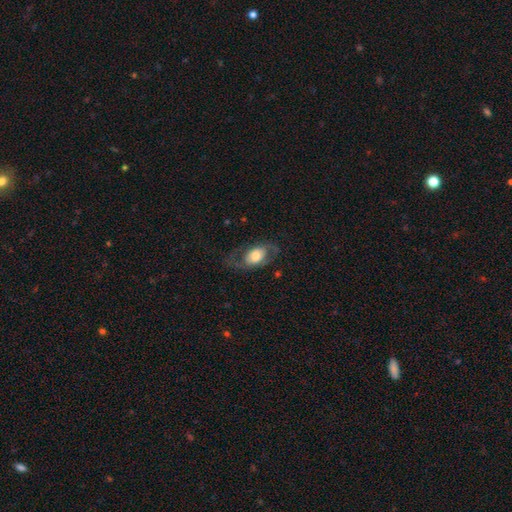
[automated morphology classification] Q: Smooth or featured?
A: featured or disk (56%); runner-up: smooth (37%)
Q: Edge-on disk?
A: no (92%); runner-up: yes (8%)
Q: Bar?
A: no (69%); runner-up: weak (23%)
Q: Spiral arms?
A: yes (72%); runner-up: no (28%)
Q: Bulge size?
A: moderate (46%); runner-up: large (37%)
Q: Merging?
A: none (61%); runner-up: major disturbance (19%)